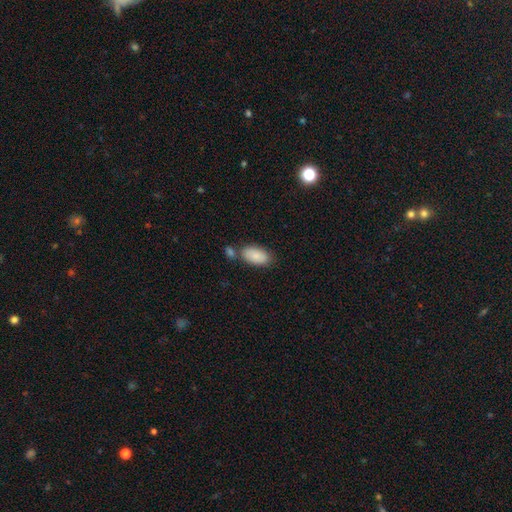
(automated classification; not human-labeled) Smooth or featured?
  - smooth: 86% *
  - featured or disk: 8%
  - star or artifact: 6%
How rounded?
  - in between: 94% *
  - cigar-shaped: 3%
  - round: 3%
Merging?
  - none: 61% *
  - merger: 21%
  - minor disturbance: 14%
  - major disturbance: 4%